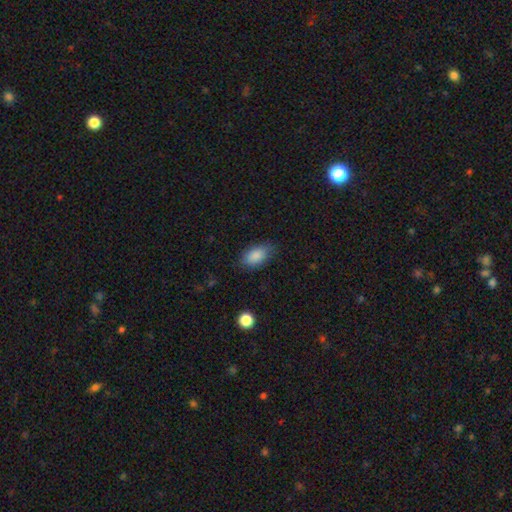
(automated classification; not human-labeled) Smooth or featured: smooth — 87% (star or artifact — 8%)
How rounded: in between — 91% (round — 5%)
Merging: none — 77% (minor disturbance — 17%)